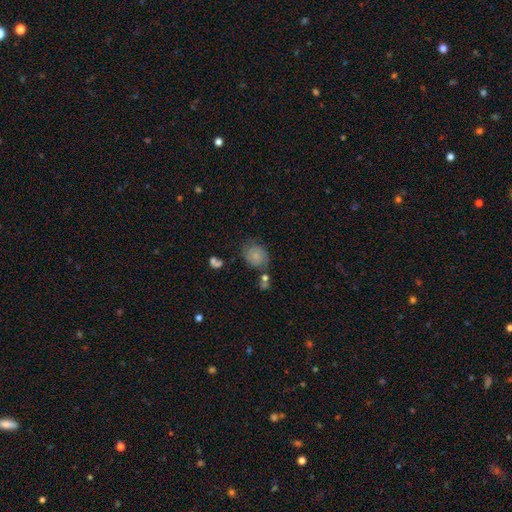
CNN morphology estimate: Smooth or featured?
  - smooth: 71% *
  - featured or disk: 20%
  - star or artifact: 10%
How rounded?
  - round: 59% *
  - in between: 40%
  - cigar-shaped: 1%
Merging?
  - none: 60% *
  - minor disturbance: 23%
  - major disturbance: 9%
  - merger: 8%